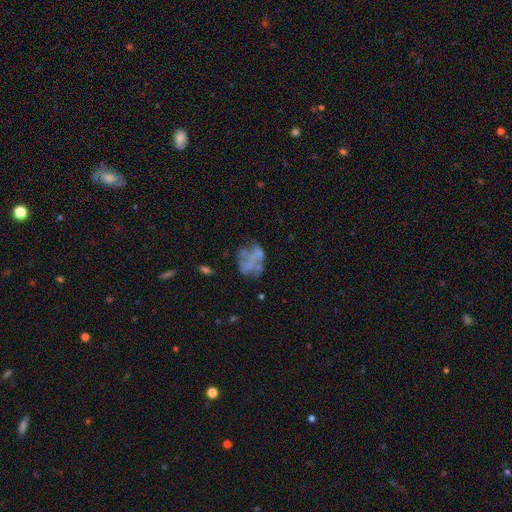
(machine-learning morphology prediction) This is possibly a featured or disk galaxy (55%). It is clearly not viewed edge-on (98%). Bar: clearly no (88%). Spiral arm pattern: clearly no (90%). Central bulge: likely none (79%). Merging: marginally none (39%).